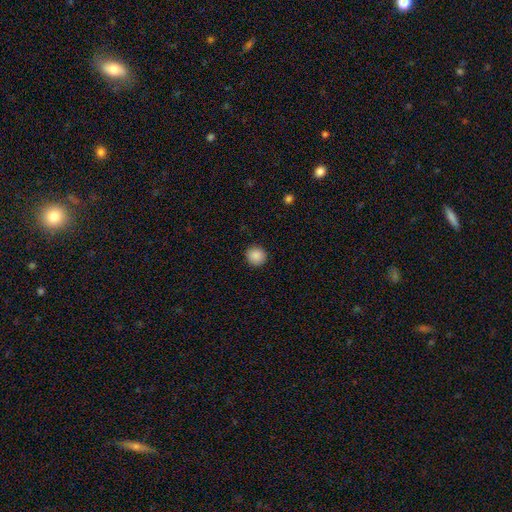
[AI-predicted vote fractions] Overall: smooth (88%). How rounded: round (92%). Merging: none (92%).